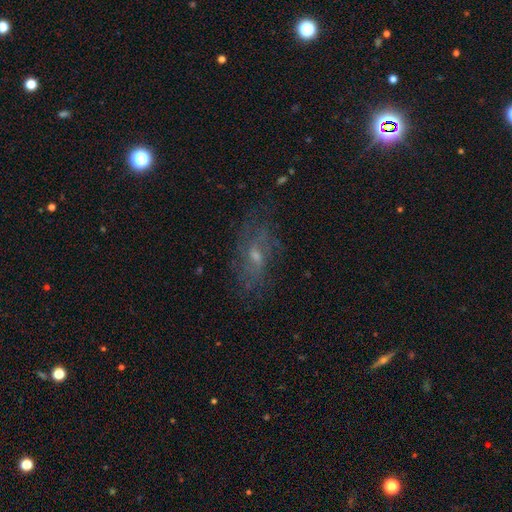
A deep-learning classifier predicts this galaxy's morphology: A featured or disk galaxy (59%) with no bar (54%), spiral arms (67%) and a small central bulge (47%).

Vote fractions:
- Smooth or featured? featured or disk: 59% / smooth: 28% / star or artifact: 13%
- Edge-on disk? no: 90% / yes: 10%
- Bar? no: 54% / weak: 39% / strong: 7%
- Spiral arms? yes: 67% / no: 33%
- Bulge size? small: 47% / moderate: 42% / none: 7% / large: 3% / dominant: 1%
- Merging? none: 63% / minor disturbance: 21% / major disturbance: 14% / merger: 2%